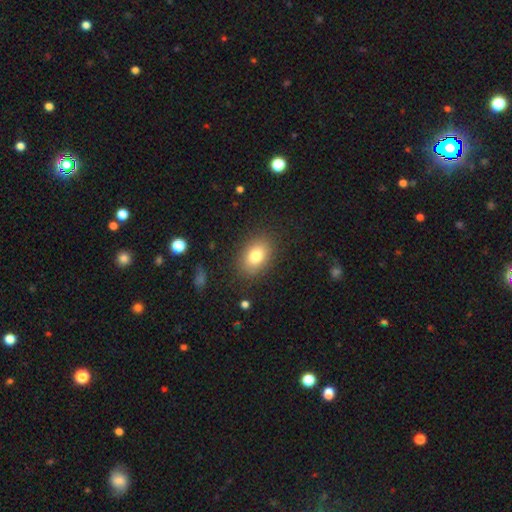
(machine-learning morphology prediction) smooth 79%, featured or disk 11%, star or artifact 9%. Down the decision tree: how rounded — in between (79%); merging — none (85%).